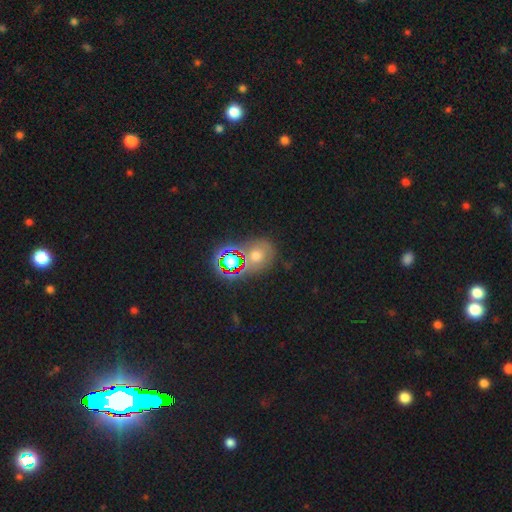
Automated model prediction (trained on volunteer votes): The model was most divided on "smooth or featured": smooth: 44%, star or artifact: 39%, featured or disk: 17%. More confident: merging — none (62%).